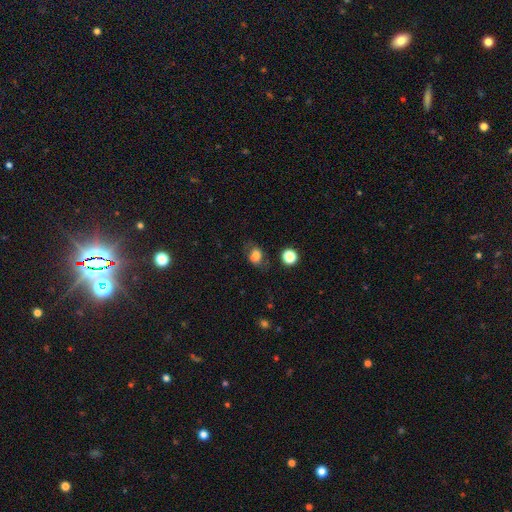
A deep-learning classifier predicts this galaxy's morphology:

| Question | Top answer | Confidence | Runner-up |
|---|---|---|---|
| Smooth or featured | smooth | 74% | featured or disk (14%) |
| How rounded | in between | 60% | round (39%) |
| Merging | none | 64% | minor disturbance (21%) |